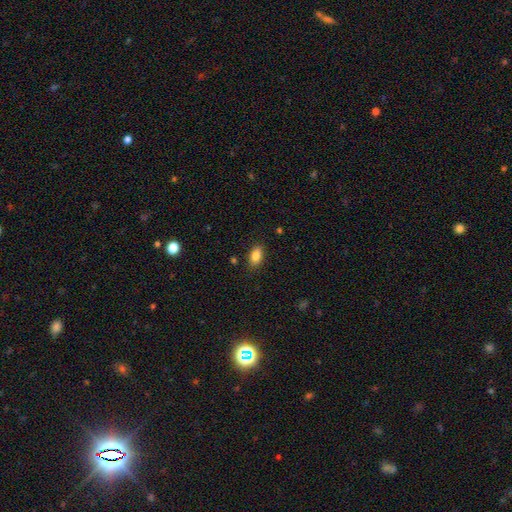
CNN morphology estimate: smooth-or-featured: smooth: 85% | star or artifact: 9% | featured or disk: 7%
  how-rounded: in between: 89% | round: 7% | cigar-shaped: 4%
  merging: none: 87% | minor disturbance: 9% | major disturbance: 2% | merger: 1%